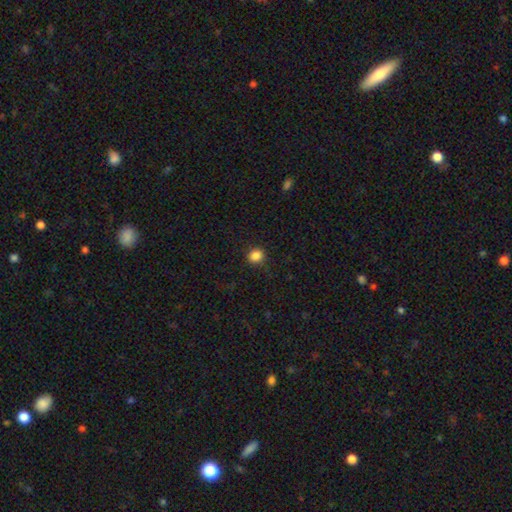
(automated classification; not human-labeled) Smooth or featured? smooth (85%)
How rounded? round (84%)
Merging? none (88%)